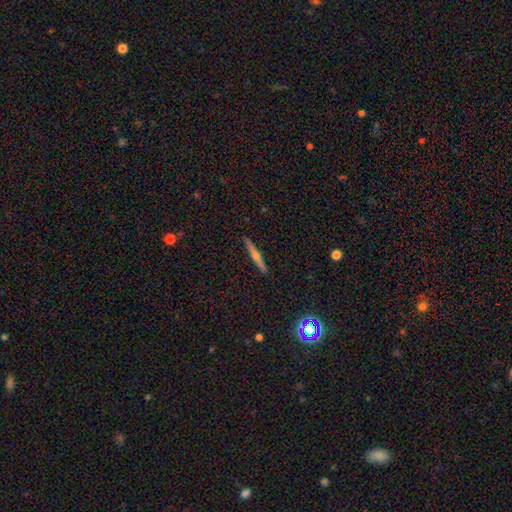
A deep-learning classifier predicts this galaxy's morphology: featured or disk 66%, smooth 27%, star or artifact 8%. Down the decision tree: edge-on disk — yes (98%); edge-on bulge — rounded (87%); merging — none (92%).